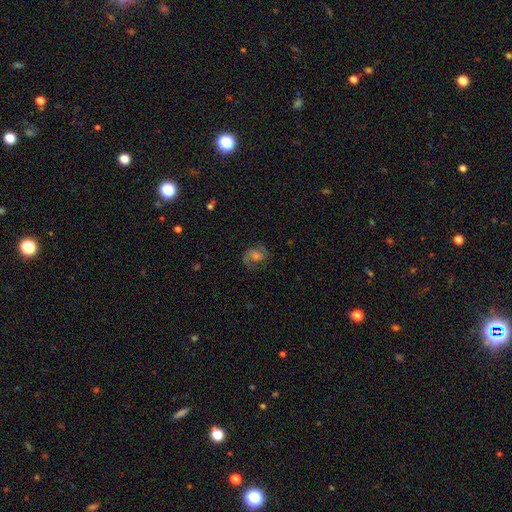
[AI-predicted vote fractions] This is likely a featured or disk galaxy (63%). It is clearly not viewed edge-on (97%). Bar: possibly no (47%). Spiral arm pattern: clearly yes (92%). Spiral arm count: clearly 2 (83%). Spiral winding: possibly medium (52%). Central bulge: marginally moderate (42%). Merging: likely none (75%).